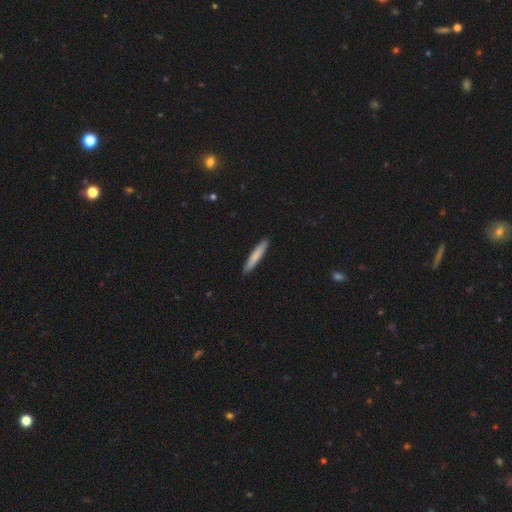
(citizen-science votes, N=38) Smooth or featured?
  - smooth: 79% *
  - featured or disk: 16%
  - star or artifact: 5%
How rounded?
  - cigar-shaped: 97% *
  - round: 3%
  - in between: 0%
Merging?
  - none: 89% *
  - minor disturbance: 8%
  - merger: 3%
  - major disturbance: 0%